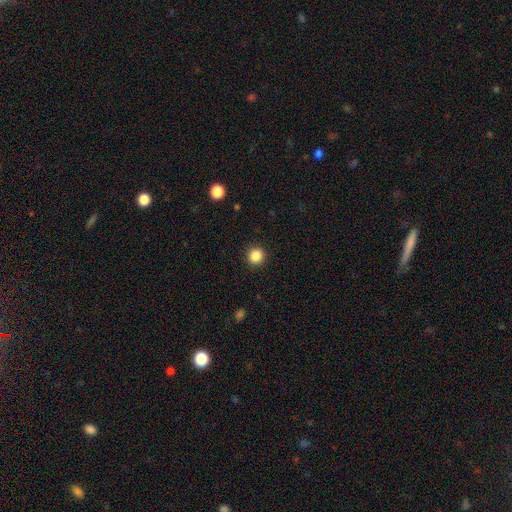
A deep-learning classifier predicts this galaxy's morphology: smooth-or-featured: smooth: 86% | star or artifact: 11% | featured or disk: 3%
  how-rounded: round: 93% | in between: 6% | cigar-shaped: 1%
  merging: none: 92% | minor disturbance: 5% | major disturbance: 2% | merger: 1%